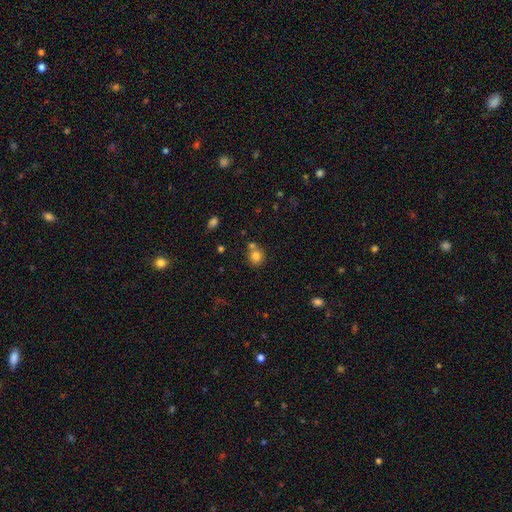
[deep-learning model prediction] smooth 79%, star or artifact 12%, featured or disk 9%. Down the decision tree: how rounded — round (84%); merging — none (59%).